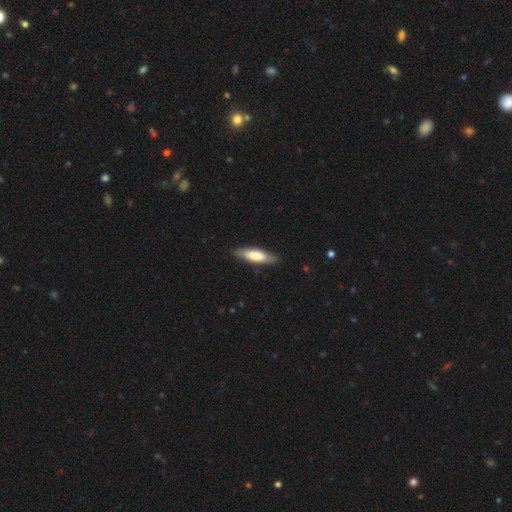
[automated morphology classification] A smooth galaxy with no disk features (70%) that is cigar-shaped (57%). Merging: none (84%).